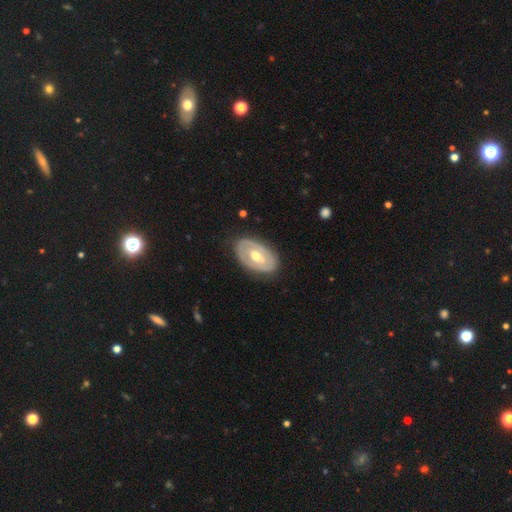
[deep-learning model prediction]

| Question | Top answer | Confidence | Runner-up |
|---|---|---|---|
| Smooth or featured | featured or disk | 65% | smooth (31%) |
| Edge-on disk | no | 92% | yes (8%) |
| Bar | no | 55% | weak (30%) |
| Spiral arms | no | 66% | yes (34%) |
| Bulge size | moderate | 77% | small (13%) |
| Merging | none | 81% | minor disturbance (14%) |